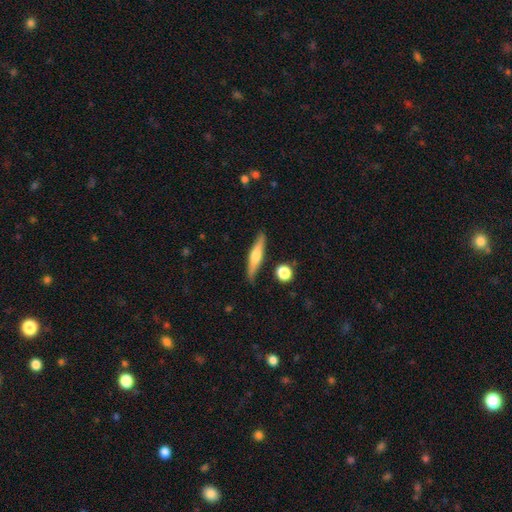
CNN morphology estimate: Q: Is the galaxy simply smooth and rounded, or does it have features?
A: featured or disk — 49%.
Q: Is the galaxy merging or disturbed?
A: none — 84%.